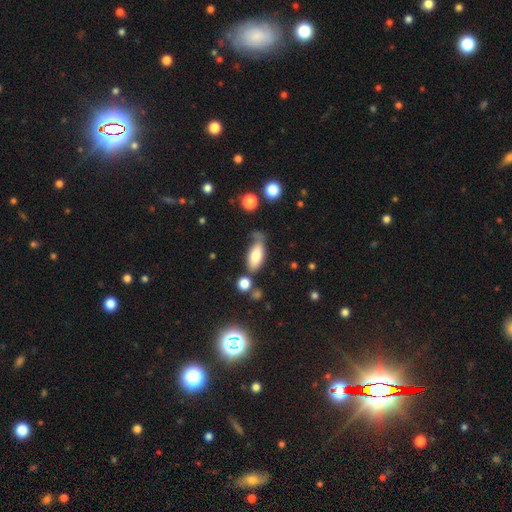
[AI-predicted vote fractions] Smooth or featured: smooth — 75% (featured or disk — 17%)
How rounded: in between — 84% (cigar-shaped — 13%)
Merging: none — 47% (minor disturbance — 27%)